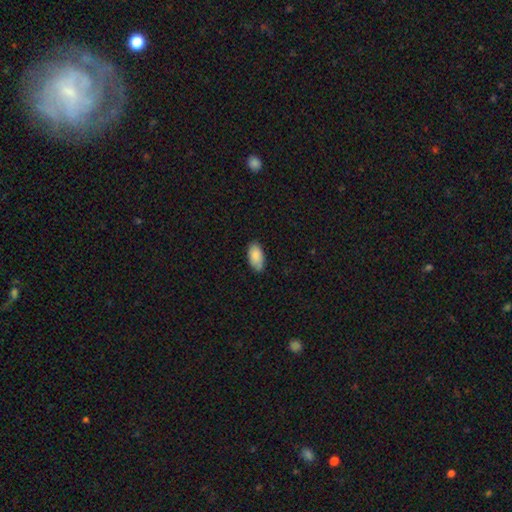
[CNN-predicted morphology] Smooth or featured: smooth — 87% (featured or disk — 7%)
How rounded: in between — 94% (cigar-shaped — 4%)
Merging: none — 77% (minor disturbance — 19%)